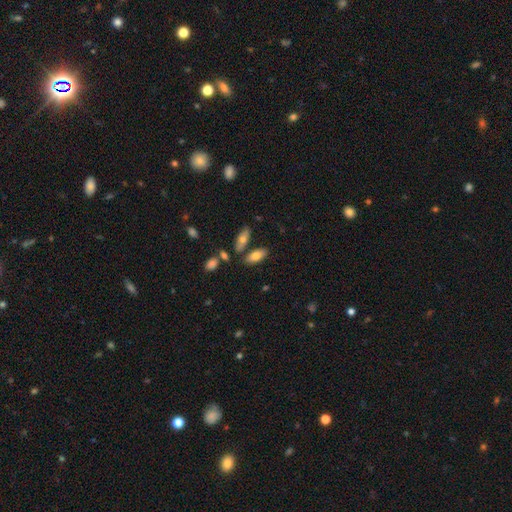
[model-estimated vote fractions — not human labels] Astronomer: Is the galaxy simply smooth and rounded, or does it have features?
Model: smooth — 74%.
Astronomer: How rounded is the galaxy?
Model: in between — 83%.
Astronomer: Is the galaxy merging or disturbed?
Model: none — 71%.